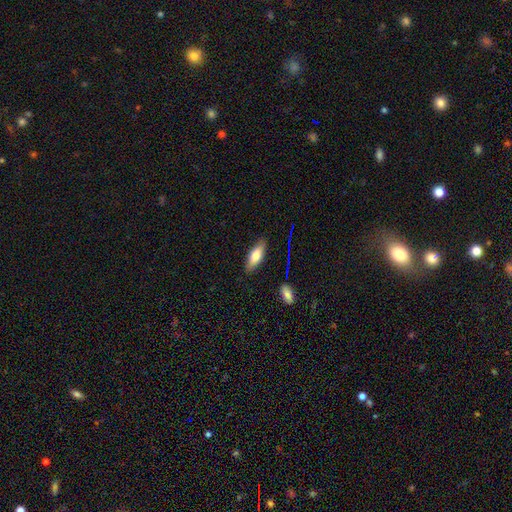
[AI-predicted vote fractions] Smooth or featured? Predicted: smooth (p=0.72). How rounded? Predicted: in between (p=0.67). Merging? Predicted: none (p=0.85).